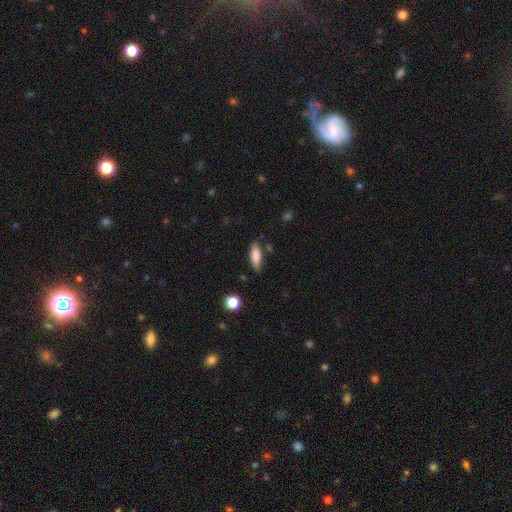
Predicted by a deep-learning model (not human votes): Smooth or featured? smooth (77%)
How rounded? in between (68%)
Merging? none (80%)